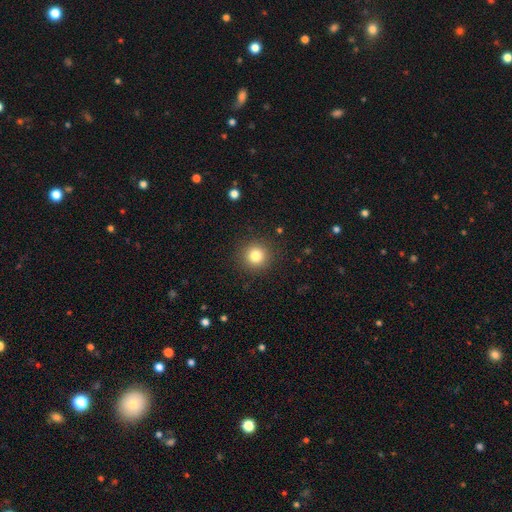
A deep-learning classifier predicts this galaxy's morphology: smooth 81%, star or artifact 12%, featured or disk 7%. Down the decision tree: how rounded — round (94%); merging — none (90%).